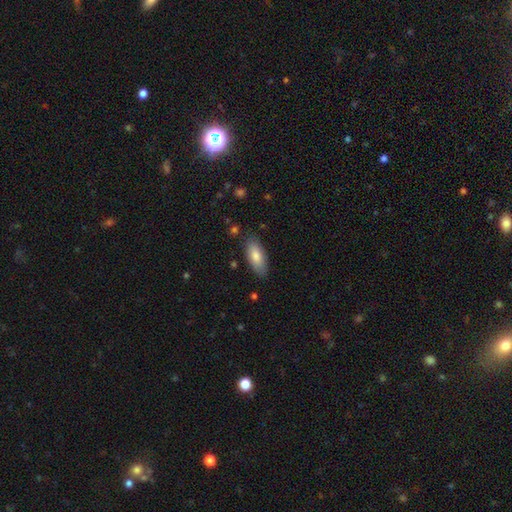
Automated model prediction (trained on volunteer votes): Smooth or featured? Predicted: smooth (p=0.79). How rounded? Predicted: in between (p=0.82). Merging? Predicted: none (p=0.84).